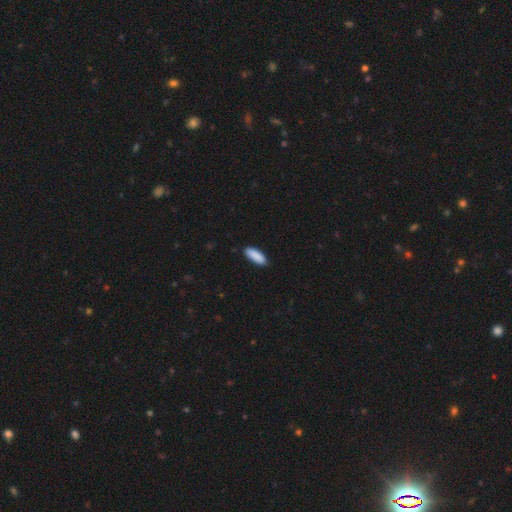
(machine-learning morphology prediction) A smooth galaxy with no disk features (91%) that is in between round and cigar-shaped (67%). Merging: none (88%).